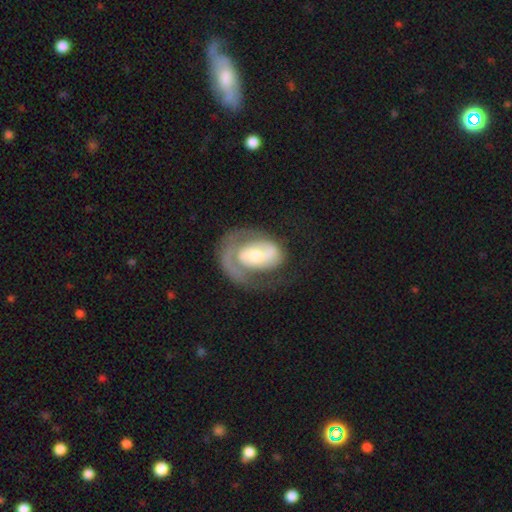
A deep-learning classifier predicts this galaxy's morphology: A featured or disk galaxy (80%) with no bar (56%), 1 (61%) tight (50%) spiral arms (89%) and a moderate central bulge (58%).

Vote fractions:
- Smooth or featured? featured or disk: 80% / smooth: 15% / star or artifact: 5%
- Edge-on disk? no: 97% / yes: 3%
- Bar? no: 56% / weak: 32% / strong: 11%
- Spiral arms? yes: 89% / no: 11%
- Spiral winding? tight: 50% / medium: 34% / loose: 16%
- Spiral arm count? 1: 61% / 2: 25% / can't tell: 10% / 3: 2% / 4: 1% / more than 4: 1%
- Bulge size? moderate: 58% / small: 30% / large: 9% / none: 2% / dominant: 1%
- Merging? none: 46% / major disturbance: 31% / minor disturbance: 20% / merger: 3%